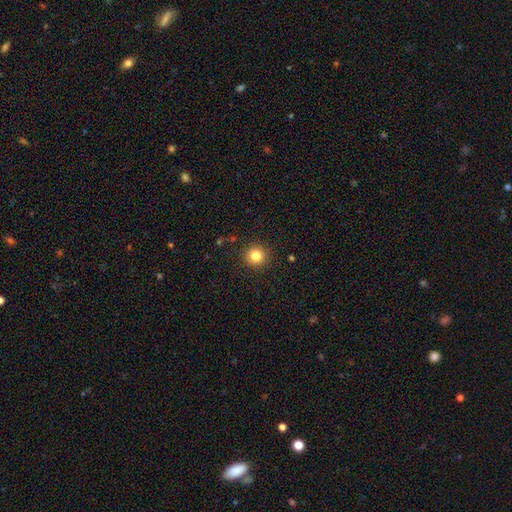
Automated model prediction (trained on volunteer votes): Smooth or featured? smooth (83%)
How rounded? round (94%)
Merging? none (91%)